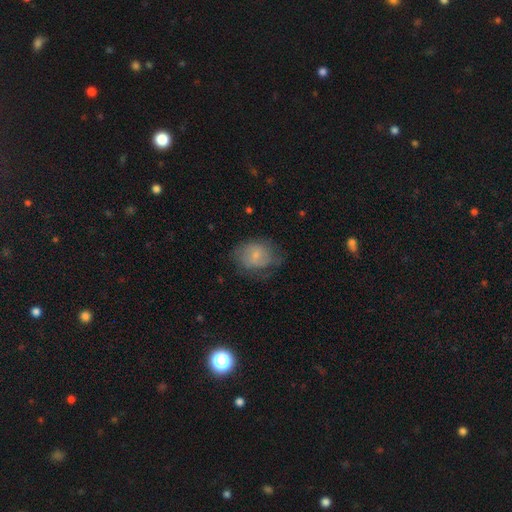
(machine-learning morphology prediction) Smooth or featured? Predicted: smooth (p=0.58). How rounded? Predicted: round (p=0.53). Merging? Predicted: none (p=0.56).